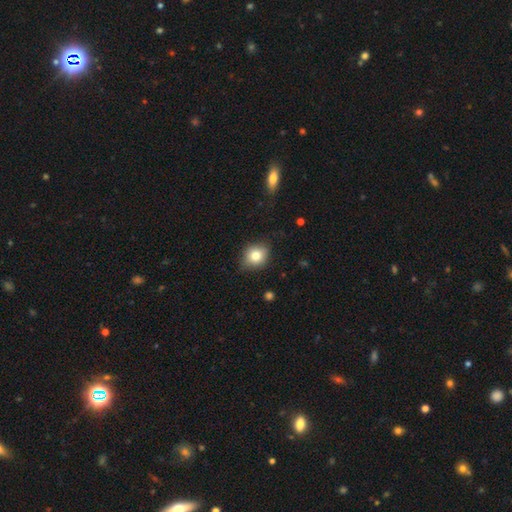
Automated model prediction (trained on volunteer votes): Overall: smooth (78%). How rounded: round (70%). Merging: none (78%).